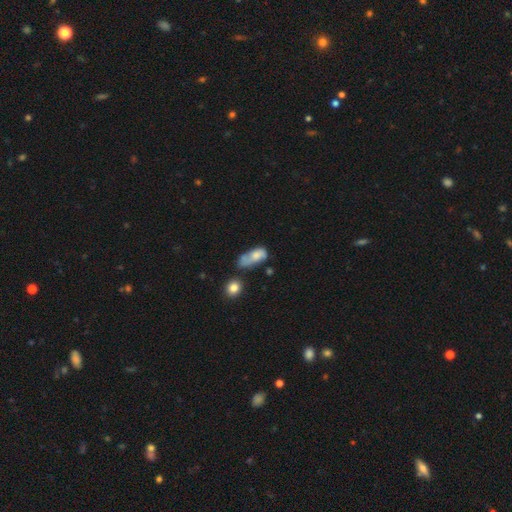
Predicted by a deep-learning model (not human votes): A smooth galaxy with no disk features (64%) that is in between round and cigar-shaped (83%). Merging: none (28%).